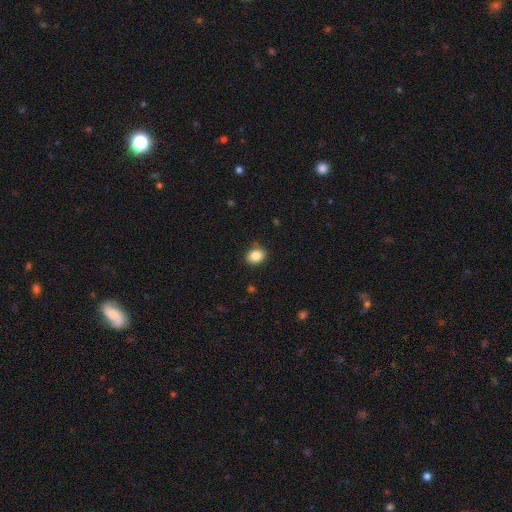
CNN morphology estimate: Smooth or featured?
  - smooth: 86% *
  - star or artifact: 9%
  - featured or disk: 5%
How rounded?
  - in between: 53% *
  - round: 46%
  - cigar-shaped: 1%
Merging?
  - none: 87% *
  - minor disturbance: 9%
  - major disturbance: 2%
  - merger: 1%